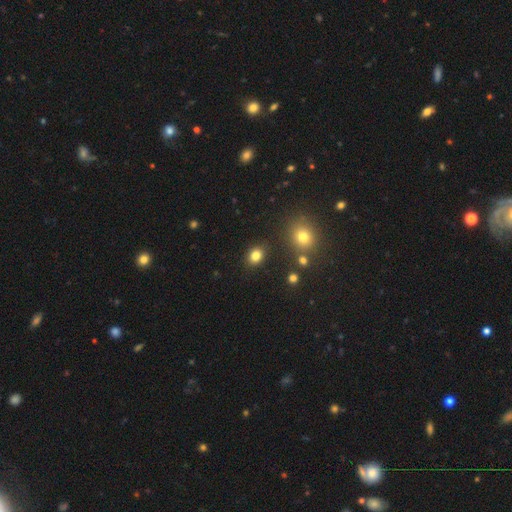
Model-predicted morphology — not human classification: smooth-or-featured: smooth: 82% | star or artifact: 12% | featured or disk: 6%
  how-rounded: in between: 55% | round: 44% | cigar-shaped: 1%
  merging: none: 87% | minor disturbance: 8% | merger: 3% | major disturbance: 2%